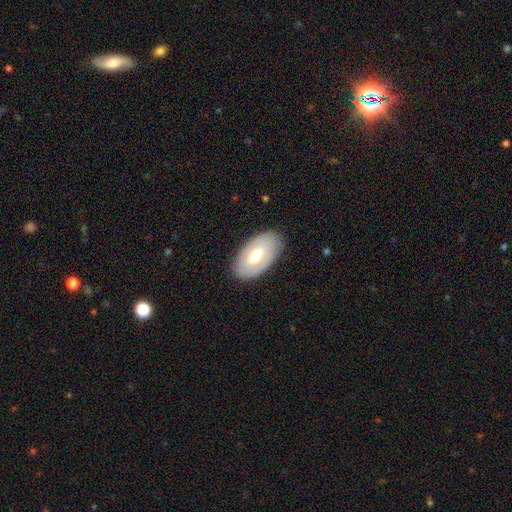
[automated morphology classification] Smooth or featured?
  - smooth: 51% *
  - featured or disk: 43%
  - star or artifact: 6%
How rounded?
  - in between: 94% *
  - round: 4%
  - cigar-shaped: 2%
Merging?
  - none: 85% *
  - minor disturbance: 11%
  - major disturbance: 3%
  - merger: 1%